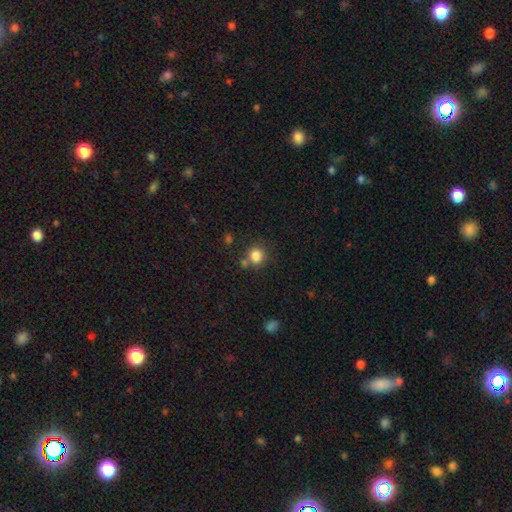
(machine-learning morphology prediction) smooth_or_featured: smooth (p=0.83) [alt: star or artifact p=0.11]
how_rounded: round (p=0.86) [alt: in between p=0.13]
merging: none (p=0.70) [alt: merger p=0.14]